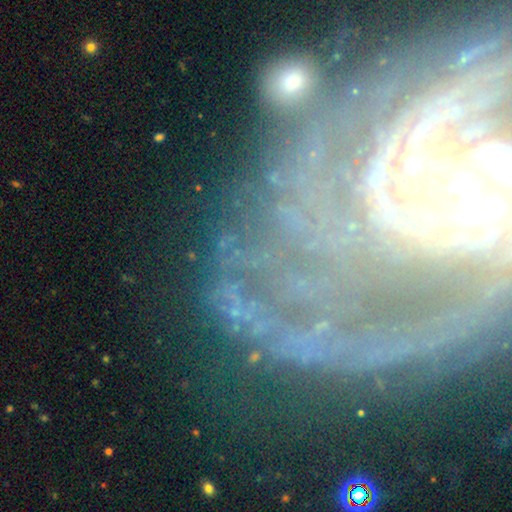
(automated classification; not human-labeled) smooth_or_featured: featured or disk (p=0.51) [alt: star or artifact p=0.33]
disk_edge_on: no (p=0.87) [alt: yes p=0.13]
merging: none (p=0.65) [alt: minor disturbance p=0.15]